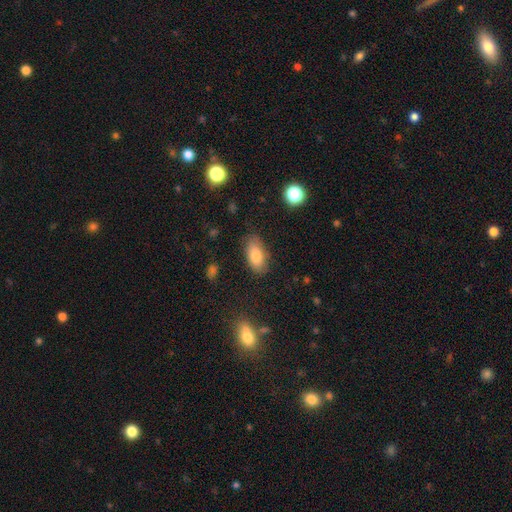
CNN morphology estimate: Smooth or featured? smooth (79%)
How rounded? in between (90%)
Merging? none (79%)